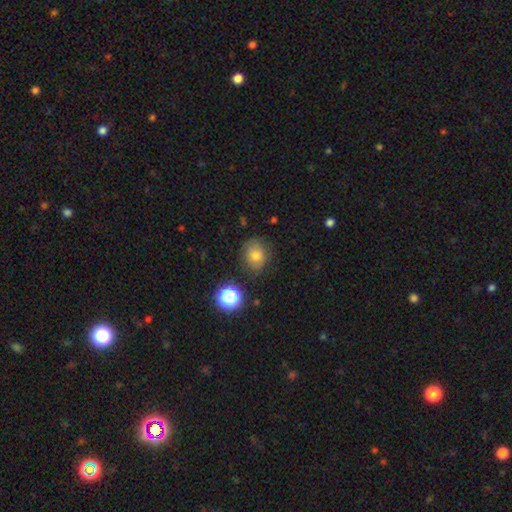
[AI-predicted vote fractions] This appears to be a smooth galaxy with no disk features (75%) that is round (66%). Merging: none (78%).